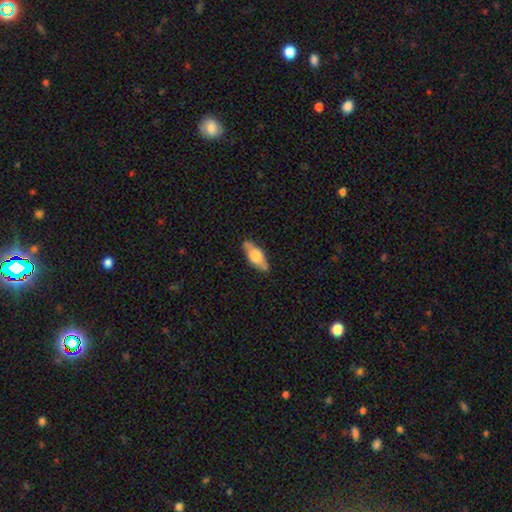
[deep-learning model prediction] smooth-or-featured: smooth: 55% | featured or disk: 39% | star or artifact: 6%
  how-rounded: in between: 68% | cigar-shaped: 29% | round: 3%
  merging: none: 80% | minor disturbance: 15% | major disturbance: 3% | merger: 2%